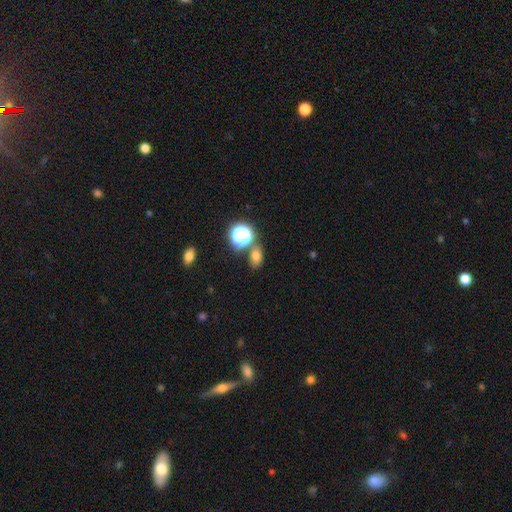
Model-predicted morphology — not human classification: The model was most divided on "how rounded": in between: 69%, round: 30%, cigar-shaped: 2%. More confident: smooth or featured — smooth (71%); merging — none (71%).